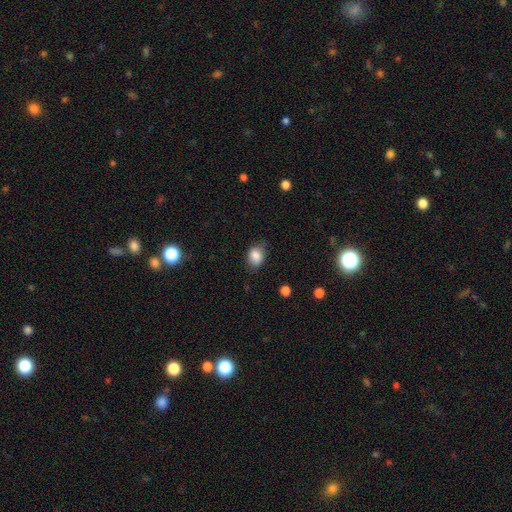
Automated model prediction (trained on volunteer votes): A smooth galaxy with no disk features (85%) that is in between round and cigar-shaped (65%). Merging: none (68%).